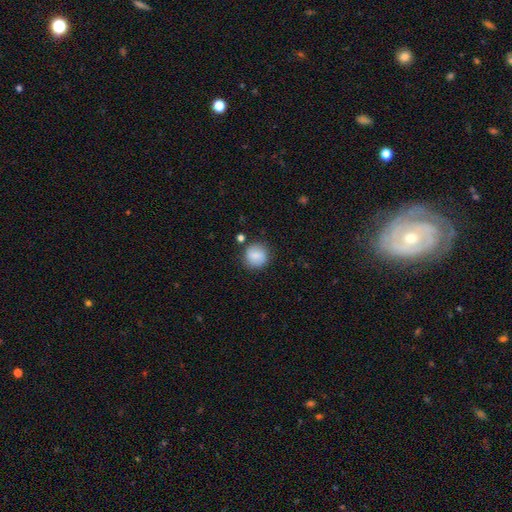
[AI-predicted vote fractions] The model was most divided on "smooth or featured": smooth: 79%, featured or disk: 13%, star or artifact: 8%. More confident: how rounded — round (90%); merging — none (83%).